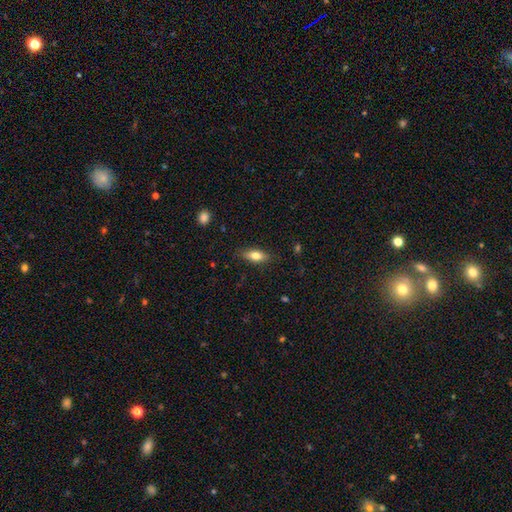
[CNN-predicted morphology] smooth 71%, featured or disk 22%, star or artifact 7%. Down the decision tree: how rounded — in between (72%); merging — none (85%).